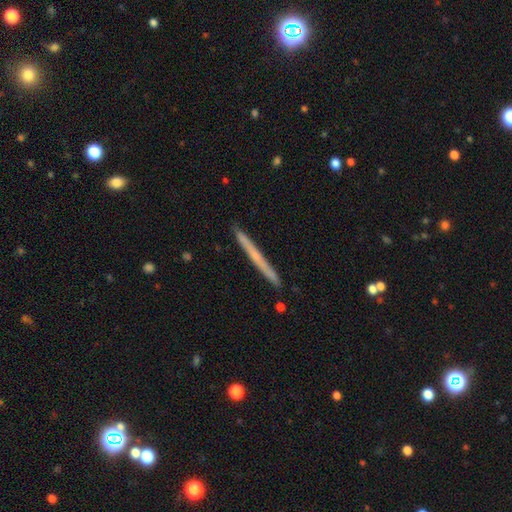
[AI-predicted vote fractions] Q: Smooth or featured?
A: featured or disk (51%); runner-up: smooth (43%)
Q: Edge-on disk?
A: yes (97%); runner-up: no (3%)
Q: Merging?
A: none (91%); runner-up: minor disturbance (6%)